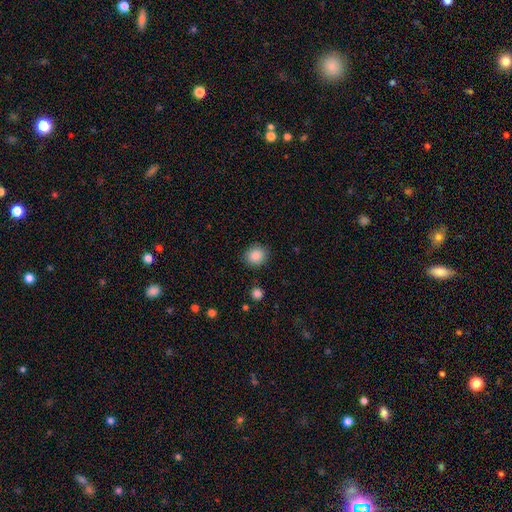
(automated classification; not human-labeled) A smooth galaxy with no disk features (88%) that is round (79%). Merging: none (87%).